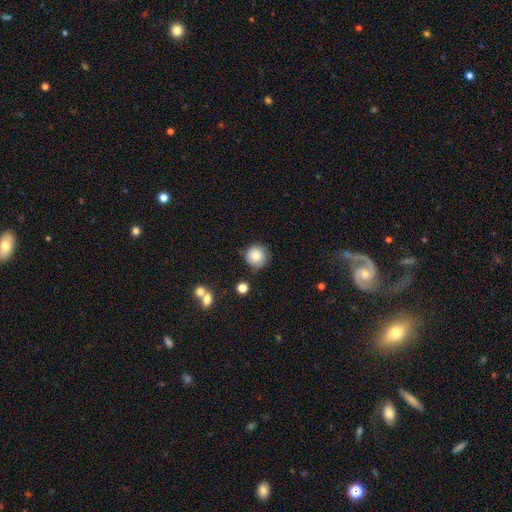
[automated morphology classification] smooth 83%, star or artifact 9%, featured or disk 8%. Down the decision tree: how rounded — round (94%); merging — none (77%).